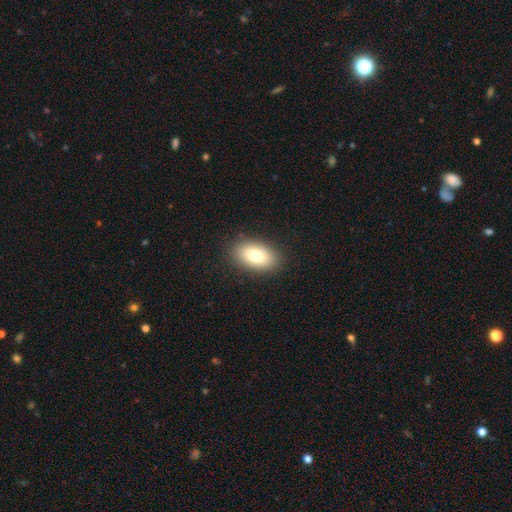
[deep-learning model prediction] smooth_or_featured: smooth (p=0.78) [alt: featured or disk p=0.14]
how_rounded: in between (p=0.90) [alt: round p=0.08]
merging: none (p=0.88) [alt: minor disturbance p=0.08]